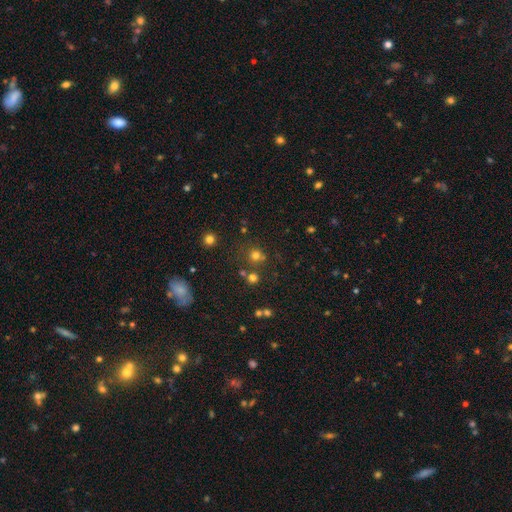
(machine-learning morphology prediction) Smooth or featured: smooth — 71% (star or artifact — 22%)
How rounded: round — 92% (in between — 7%)
Merging: none — 73% (merger — 15%)